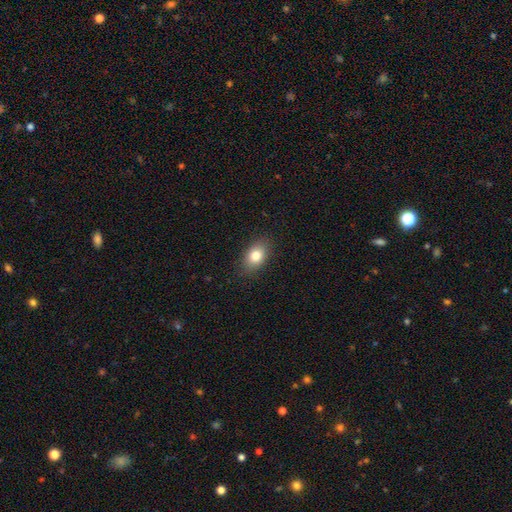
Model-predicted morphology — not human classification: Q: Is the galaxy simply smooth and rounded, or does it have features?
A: smooth — 79%.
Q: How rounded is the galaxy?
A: in between — 81%.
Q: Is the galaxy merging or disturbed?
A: none — 85%.